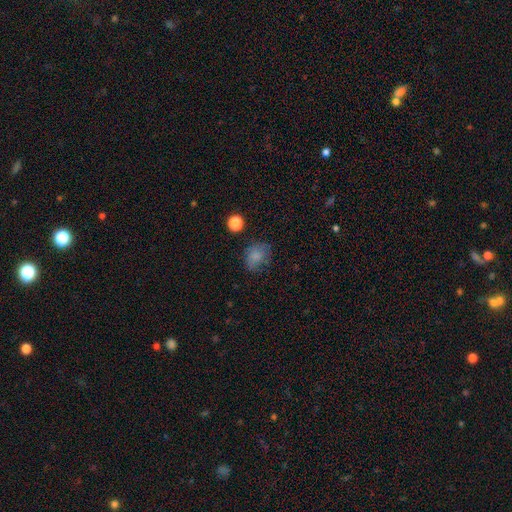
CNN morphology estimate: Q: Smooth or featured?
A: smooth (78%); runner-up: star or artifact (12%)
Q: How rounded?
A: round (52%); runner-up: in between (47%)
Q: Merging?
A: none (65%); runner-up: minor disturbance (23%)